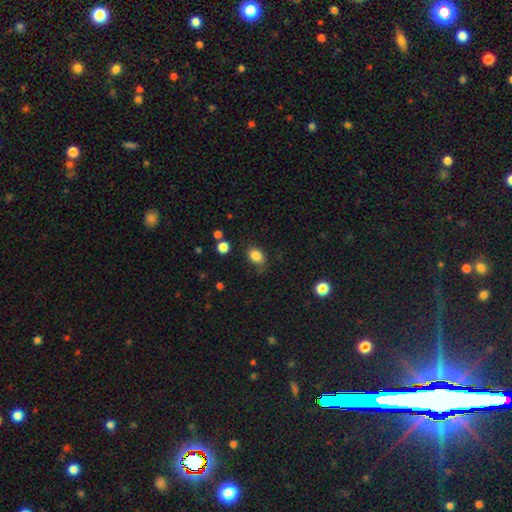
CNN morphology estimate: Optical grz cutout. It shows a smooth galaxy with no disk features (85%) that is in between round and cigar-shaped (67%). Merging: none (68%).